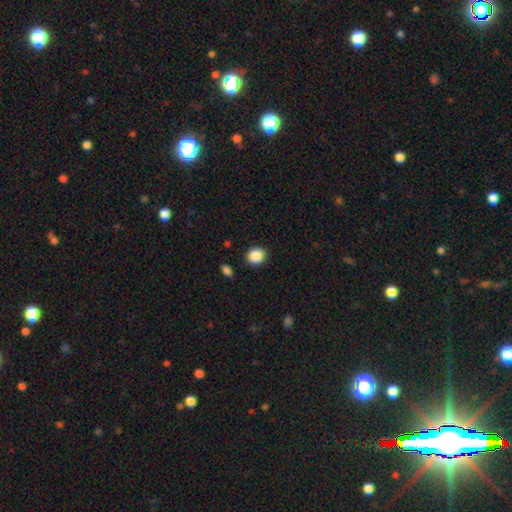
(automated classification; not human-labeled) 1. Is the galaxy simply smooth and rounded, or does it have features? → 88% smooth, 9% star or artifact, 3% featured or disk.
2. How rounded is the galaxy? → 76% round, 23% in between, 1% cigar-shaped.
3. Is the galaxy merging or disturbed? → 89% none, 7% minor disturbance, 2% major disturbance, 2% merger.